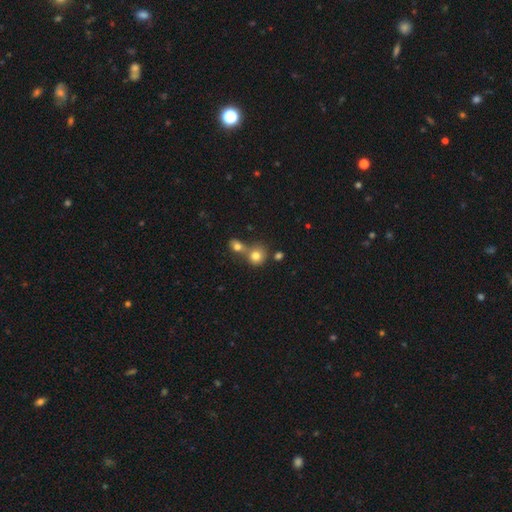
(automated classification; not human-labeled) smooth_or_featured: smooth (p=0.78) [alt: star or artifact p=0.12]
how_rounded: round (p=0.82) [alt: in between p=0.17]
merging: merger (p=0.47) [alt: none p=0.42]